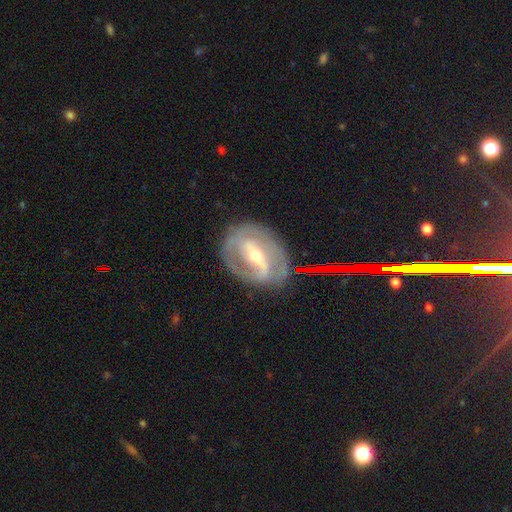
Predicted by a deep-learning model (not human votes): Morphology: type=featured or disk (81%); edge-on=no (93%); bar=strong (60%); spiral arms=yes (79%); winding=tight (47%); arm count=2 (70%); bulge=moderate (58%); merging=none (76%).